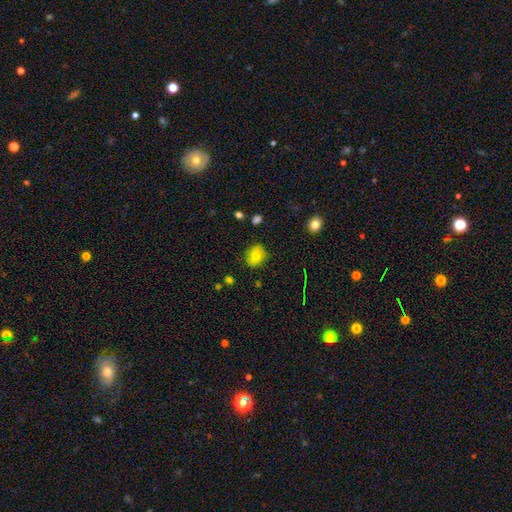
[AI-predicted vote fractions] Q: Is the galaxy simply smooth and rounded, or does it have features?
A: smooth — 78%.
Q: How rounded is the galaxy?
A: round — 59%.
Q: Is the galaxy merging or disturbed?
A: none — 83%.